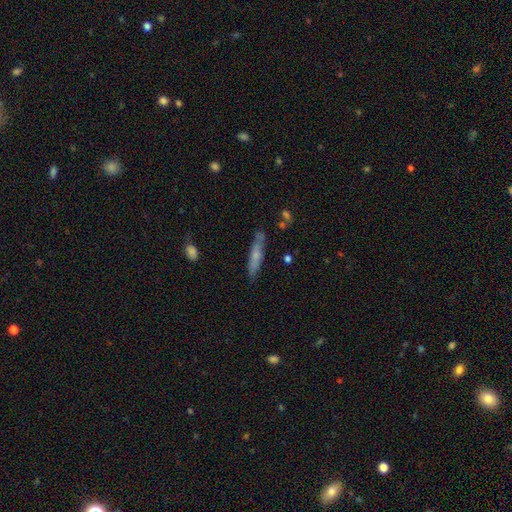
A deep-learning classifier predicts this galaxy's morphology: Overall: smooth (56%; featured or disk 37%). How rounded: cigar-shaped (88%). Merging: none (79%).